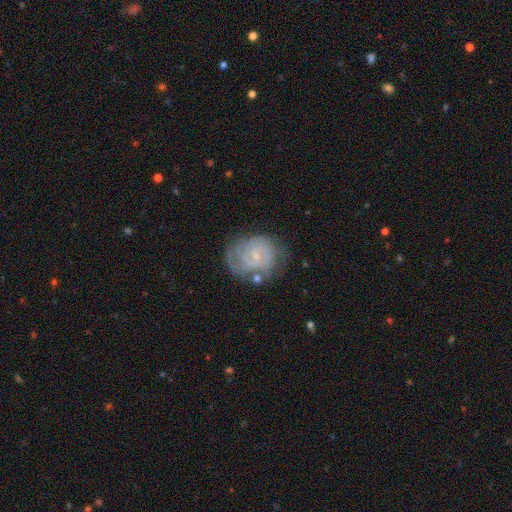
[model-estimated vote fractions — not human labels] Morphology: type=featured or disk (73%); edge-on=no (98%); bar=no (62%); spiral arms=yes (88%); winding=tight (62%); arm count=can't tell (39%); bulge=small (79%); merging=none (60%).